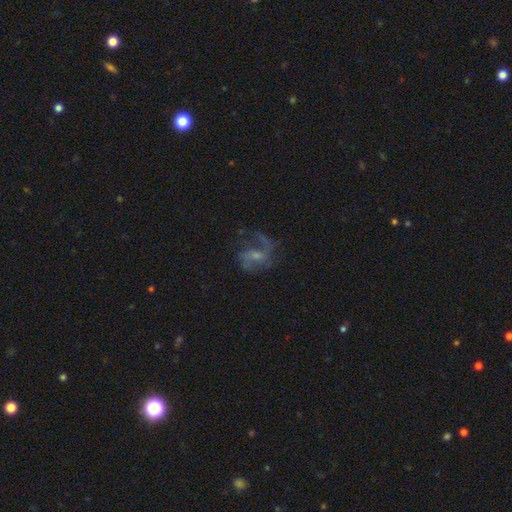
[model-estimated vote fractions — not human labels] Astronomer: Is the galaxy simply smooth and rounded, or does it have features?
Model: featured or disk — 72%.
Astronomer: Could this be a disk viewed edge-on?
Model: no — 98%.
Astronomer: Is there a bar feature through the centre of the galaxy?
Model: no — 52% (runner-up: weak, 39%).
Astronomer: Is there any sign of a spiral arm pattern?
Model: yes — 85%.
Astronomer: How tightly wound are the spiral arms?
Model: loose — 56% (runner-up: medium, 35%).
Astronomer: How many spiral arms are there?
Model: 2 — 55%.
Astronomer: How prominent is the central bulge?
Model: small — 53% (runner-up: moderate, 31%).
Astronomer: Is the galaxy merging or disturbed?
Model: none — 49% (runner-up: major disturbance, 30%).